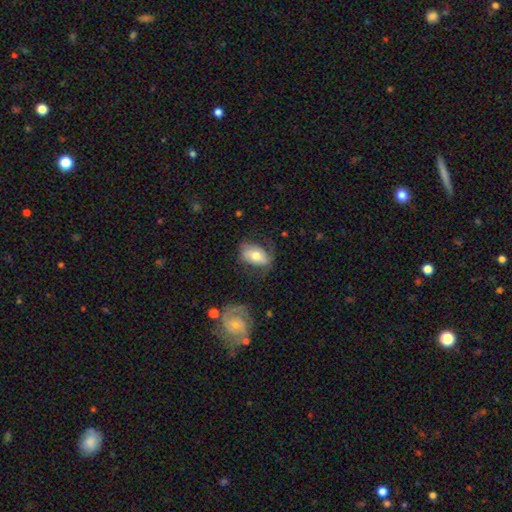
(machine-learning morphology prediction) Smooth or featured: smooth — 55% (featured or disk — 38%)
How rounded: in between — 89% (round — 9%)
Merging: none — 54% (minor disturbance — 26%)